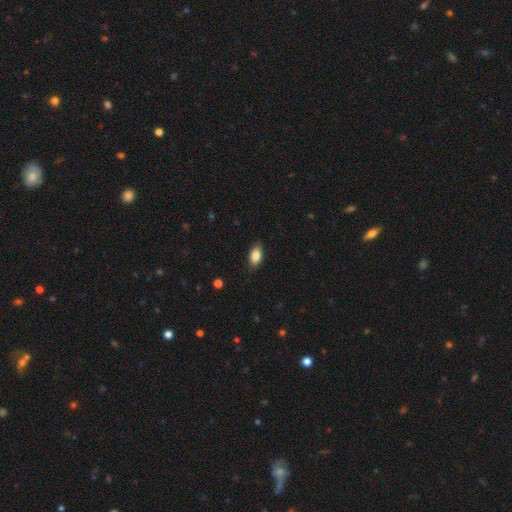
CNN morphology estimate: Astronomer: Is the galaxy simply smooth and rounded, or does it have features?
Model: smooth — 86%.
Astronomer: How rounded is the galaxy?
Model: in between — 92%.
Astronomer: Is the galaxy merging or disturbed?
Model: none — 86%.